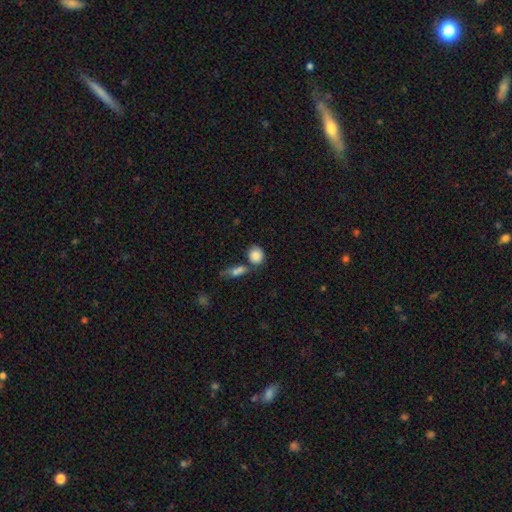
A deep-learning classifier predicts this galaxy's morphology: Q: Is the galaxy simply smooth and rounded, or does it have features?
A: smooth — 85%.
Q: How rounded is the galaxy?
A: round — 67%.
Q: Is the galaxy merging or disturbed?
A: none — 59%.